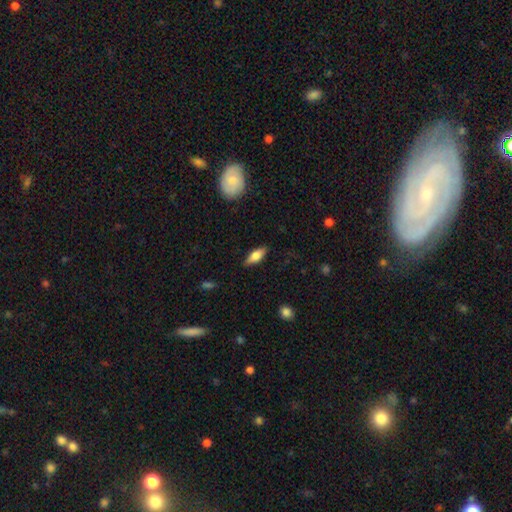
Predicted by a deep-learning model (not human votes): This appears to be a smooth galaxy with no disk features (61%) that is in between round and cigar-shaped (70%). Merging: none (85%).